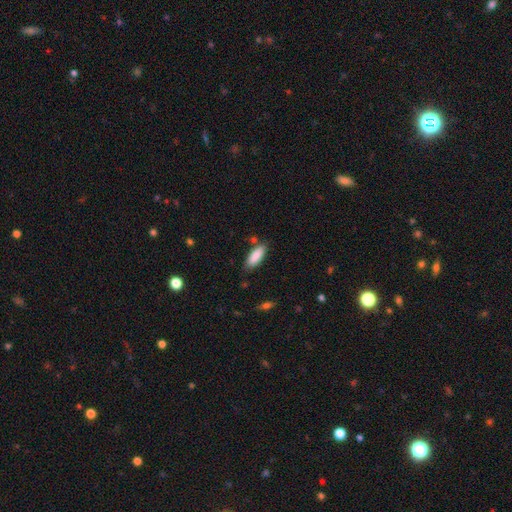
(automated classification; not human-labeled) This is clearly a smooth galaxy (88%). How rounded: likely in between (72%). Merging: likely none (79%).